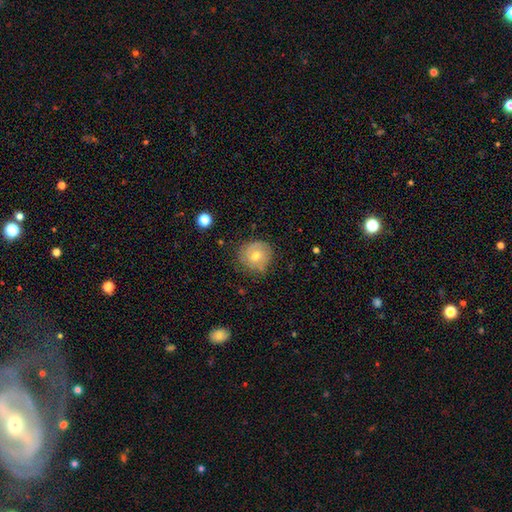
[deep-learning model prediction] This appears to be a smooth galaxy with no disk features (55%) that is round (86%). Merging: none (74%).